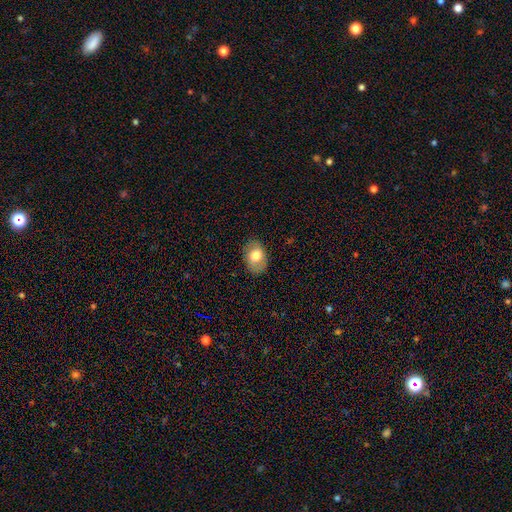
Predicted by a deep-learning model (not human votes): Overall: smooth (74%). How rounded: in between (81%). Merging: none (83%).